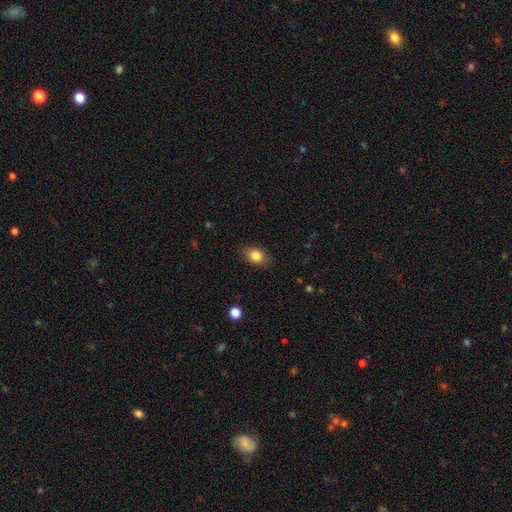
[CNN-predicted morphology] Smooth or featured: smooth — 82% (star or artifact — 9%)
How rounded: in between — 72% (round — 26%)
Merging: none — 85% (minor disturbance — 11%)